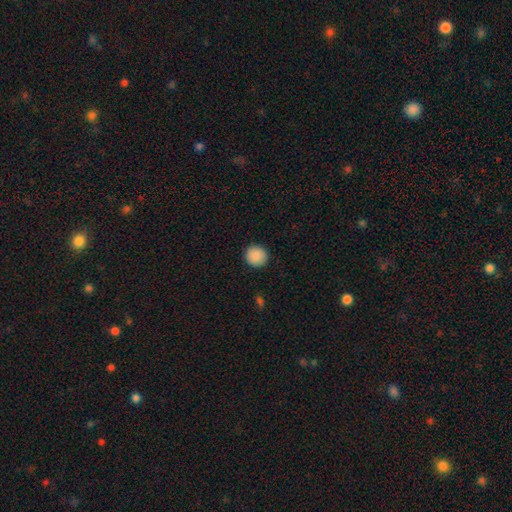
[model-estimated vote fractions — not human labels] Smooth or featured? smooth (90%)
How rounded? round (93%)
Merging? none (92%)